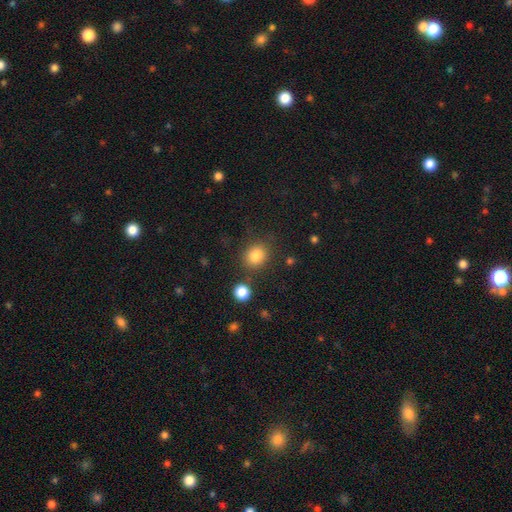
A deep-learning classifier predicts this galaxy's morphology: Overall: smooth (83%). How rounded: round (70%). Merging: none (80%).